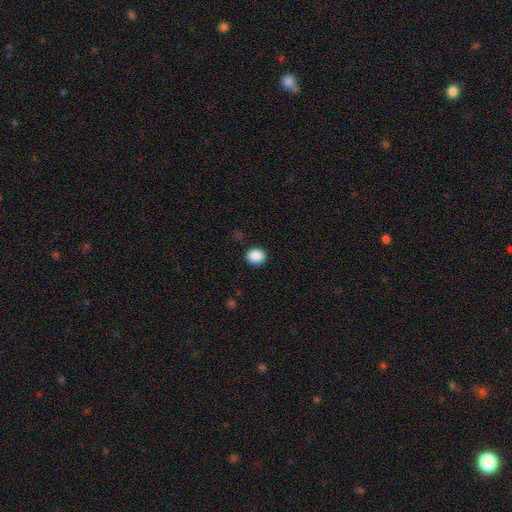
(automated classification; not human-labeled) This is clearly a smooth galaxy (89%). How rounded: likely round (70%). Merging: clearly none (91%).